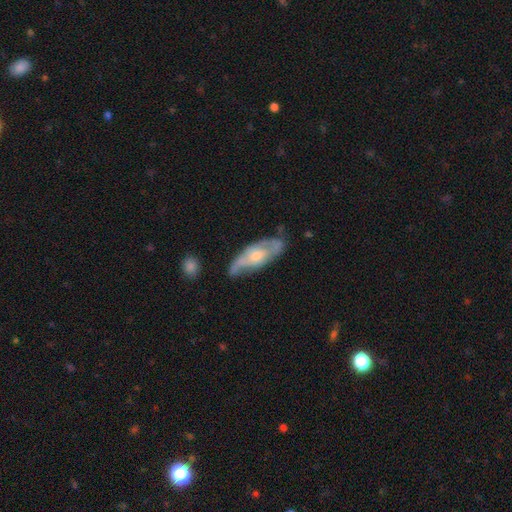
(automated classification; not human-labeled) Smooth or featured? Predicted: featured or disk (p=0.67). Edge-on disk? Predicted: no (p=0.76). Bar? Predicted: no (p=0.71). Spiral arms? Predicted: yes (p=0.72). Bulge size? Predicted: moderate (p=0.56). Merging? Predicted: none (p=0.65).